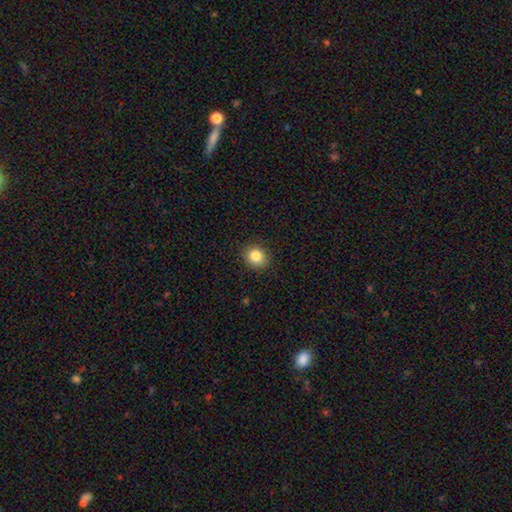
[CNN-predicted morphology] Overall: smooth (83%). How rounded: round (78%). Merging: none (90%).